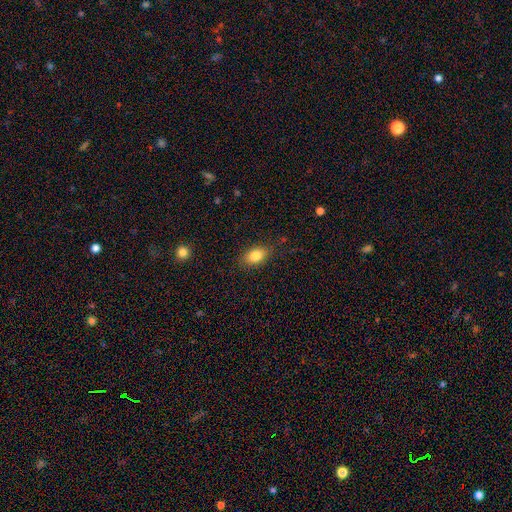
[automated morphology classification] Smooth or featured? smooth (83%)
How rounded? in between (84%)
Merging? none (83%)